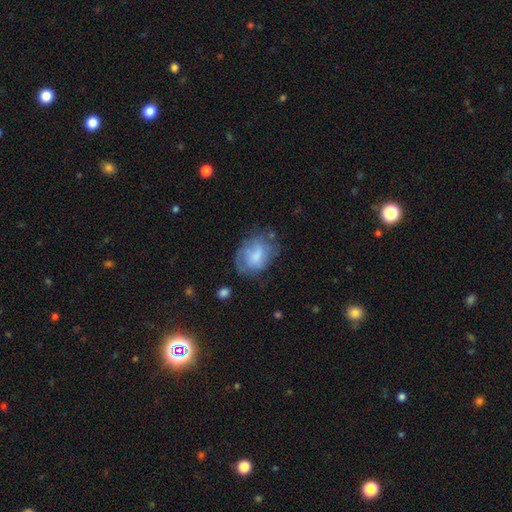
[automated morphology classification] This is possibly a smooth galaxy (58%). How rounded: likely in between (69%). Merging: possibly none (53%).